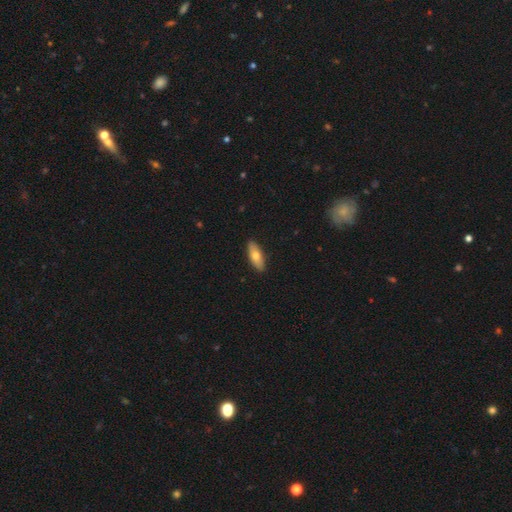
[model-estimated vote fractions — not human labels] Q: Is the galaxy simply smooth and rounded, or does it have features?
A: smooth — 68%.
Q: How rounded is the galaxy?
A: in between — 69%.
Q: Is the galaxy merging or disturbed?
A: none — 89%.